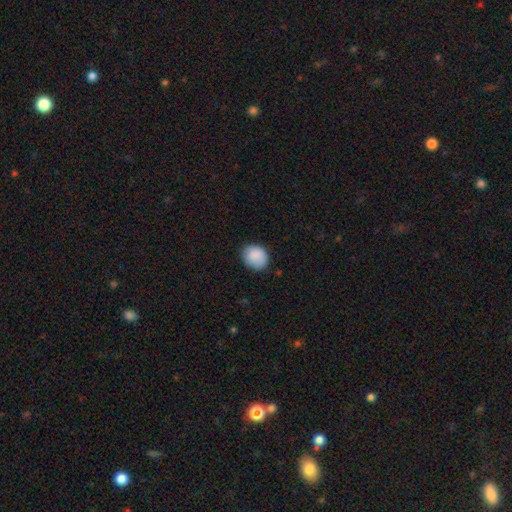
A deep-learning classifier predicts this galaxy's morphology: type=smooth (88%); roundness=round (63%); merging=none (78%).